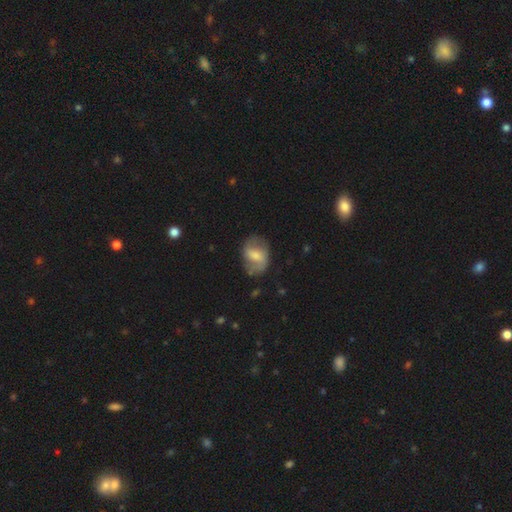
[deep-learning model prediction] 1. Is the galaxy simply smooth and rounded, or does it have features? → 57% featured or disk, 36% smooth, 7% star or artifact.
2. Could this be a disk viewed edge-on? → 97% no, 3% yes.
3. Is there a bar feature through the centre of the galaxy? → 49% weak, 27% no, 24% strong.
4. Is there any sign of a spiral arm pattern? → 78% yes, 22% no.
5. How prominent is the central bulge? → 41% moderate, 38% small, 11% none, 8% large, 2% dominant.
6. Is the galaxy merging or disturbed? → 67% none, 21% minor disturbance, 10% major disturbance, 2% merger.